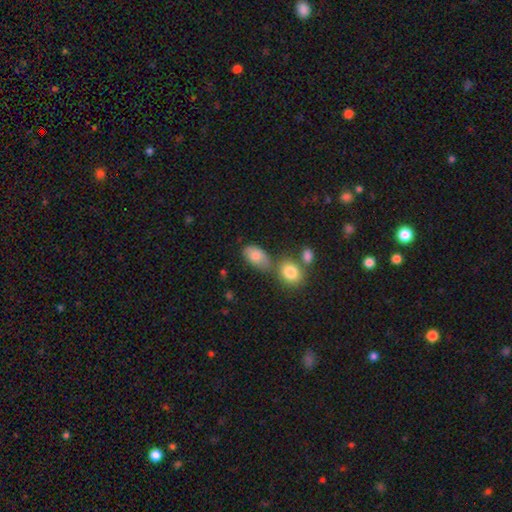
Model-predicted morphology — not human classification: This appears to be a smooth galaxy with no disk features (79%) that is in between round and cigar-shaped (89%). Merging: none (49%).